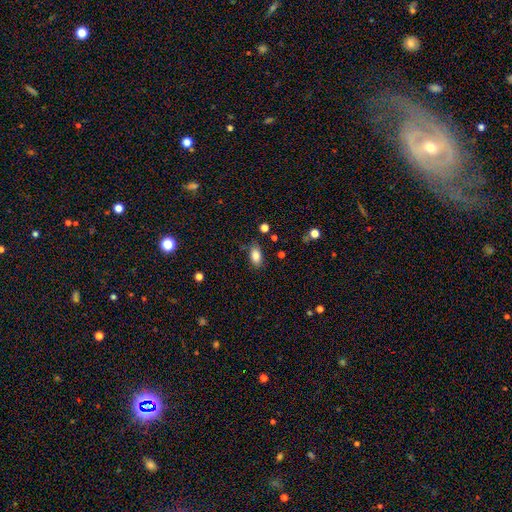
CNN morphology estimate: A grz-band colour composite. It shows a smooth galaxy with no disk features (84%) that is in between round and cigar-shaped (90%). Merging: none (81%).